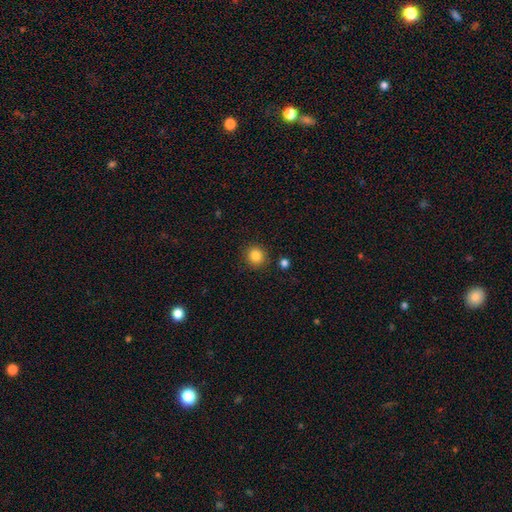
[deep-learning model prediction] The model was most divided on "smooth or featured": smooth: 85%, star or artifact: 11%, featured or disk: 5%. More confident: how rounded — round (91%); merging — none (89%).